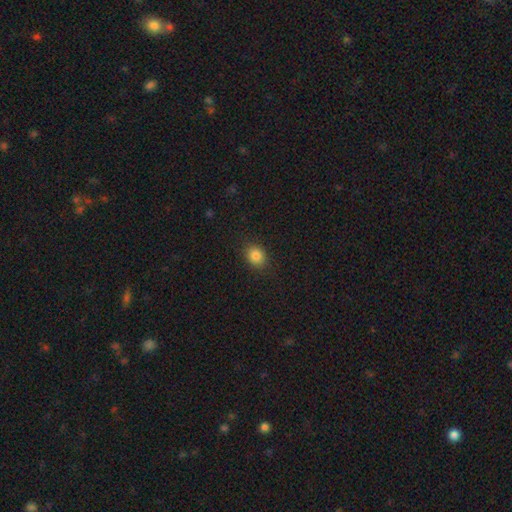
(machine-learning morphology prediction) A smooth galaxy with no disk features (85%) that is round (55%).

Vote fractions:
- Smooth or featured? smooth: 85% / star or artifact: 10% / featured or disk: 5%
- How rounded? round: 55% / in between: 43% / cigar-shaped: 1%
- Merging? none: 87% / minor disturbance: 9% / major disturbance: 3% / merger: 1%